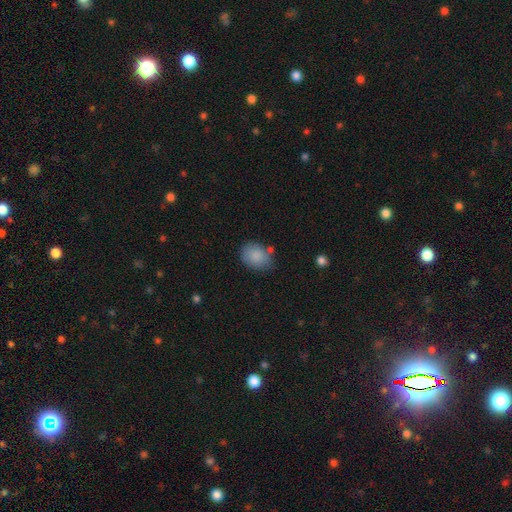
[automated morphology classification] smooth-or-featured: smooth: 87% | star or artifact: 7% | featured or disk: 6%
  how-rounded: in between: 67% | round: 32% | cigar-shaped: 1%
  merging: none: 70% | minor disturbance: 19% | merger: 6% | major disturbance: 5%